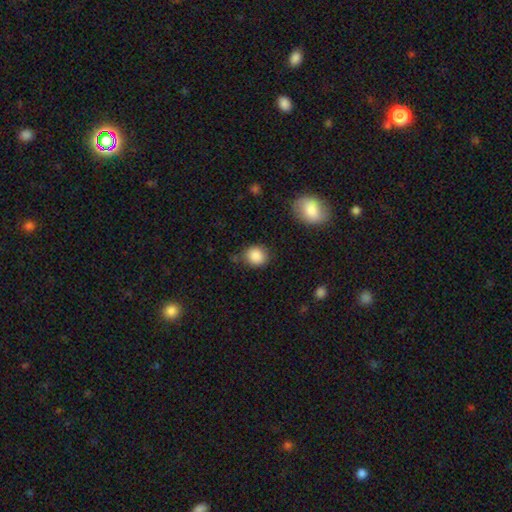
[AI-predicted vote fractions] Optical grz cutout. It shows a smooth galaxy with no disk features (87%) that is round (79%). Merging: none (77%).